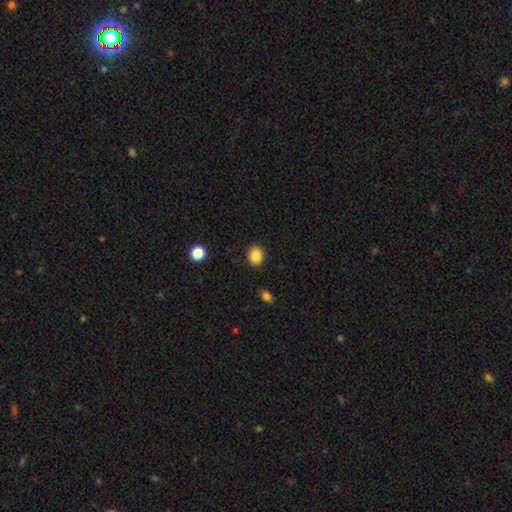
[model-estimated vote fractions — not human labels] A smooth galaxy with no disk features (87%) that is round (74%). Merging: none (90%).